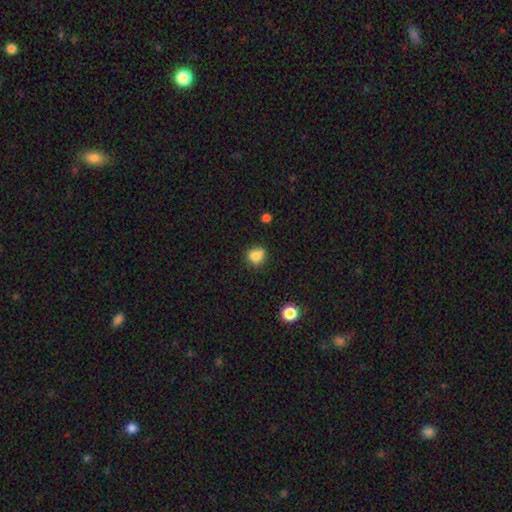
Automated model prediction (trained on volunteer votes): A smooth galaxy with no disk features (80%) that is round (77%). Merging: none (63%).